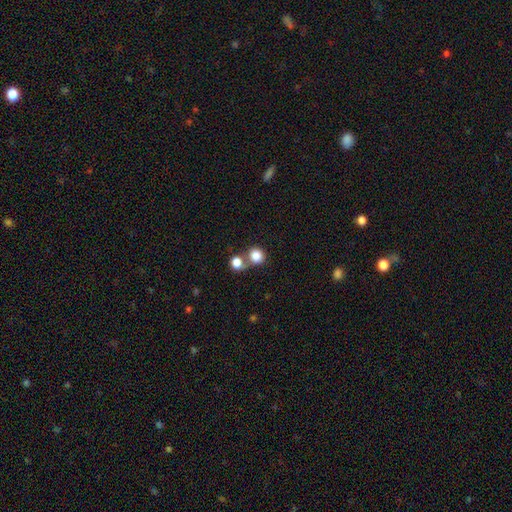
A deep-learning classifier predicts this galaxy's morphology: smooth-or-featured: smooth: 83% | star or artifact: 11% | featured or disk: 6%
  how-rounded: round: 87% | in between: 12% | cigar-shaped: 1%
  merging: none: 53% | merger: 36% | minor disturbance: 8% | major disturbance: 4%